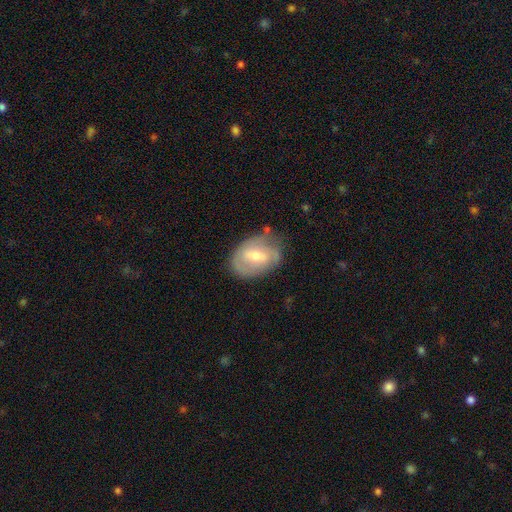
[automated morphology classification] Overall: featured or disk (53%; smooth 39%). Edge-on disk: no (94%). Bar: weak (51%; no 28%). Spiral arms: yes (58%; no 42%). Bulge size: moderate (54%; small 41%). Merging: none (62%; minor disturbance 26%).